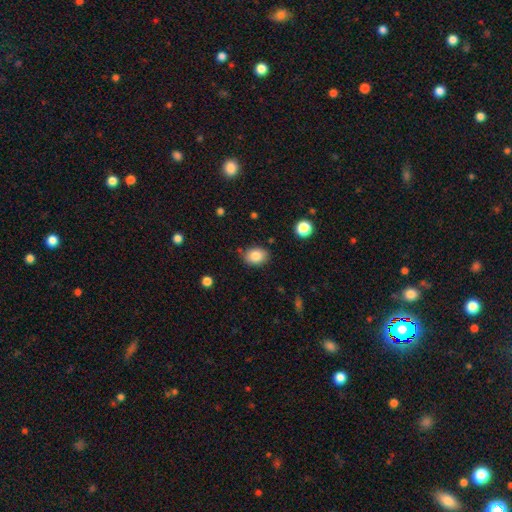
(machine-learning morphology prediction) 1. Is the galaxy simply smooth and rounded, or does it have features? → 85% smooth, 8% star or artifact, 6% featured or disk.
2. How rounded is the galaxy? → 68% in between, 31% round, 1% cigar-shaped.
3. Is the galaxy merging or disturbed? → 81% none, 13% minor disturbance, 3% major disturbance, 3% merger.